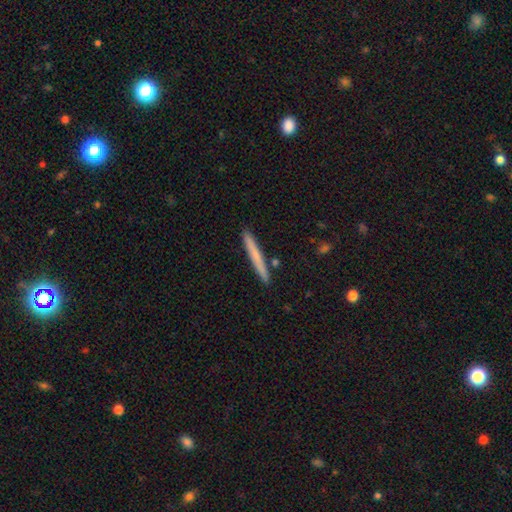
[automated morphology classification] smooth_or_featured: smooth (p=0.66) [alt: featured or disk p=0.29]
how_rounded: cigar-shaped (p=0.97) [alt: in between p=0.02]
merging: none (p=0.90) [alt: minor disturbance p=0.06]